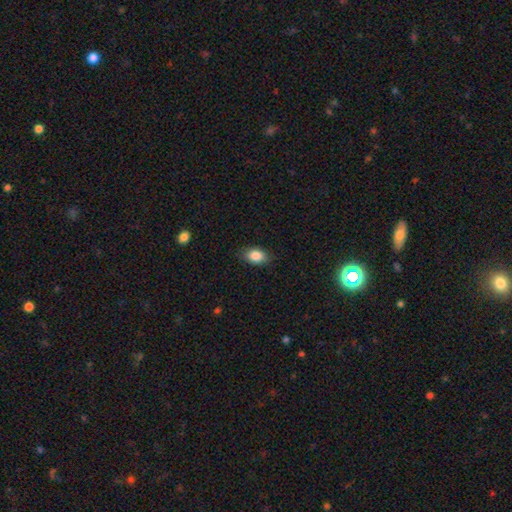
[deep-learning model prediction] Smooth or featured? smooth (86%)
How rounded? in between (86%)
Merging? none (84%)